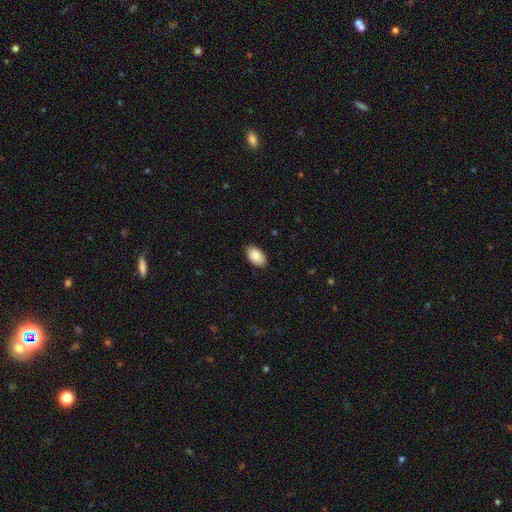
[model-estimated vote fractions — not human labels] Smooth or featured? Predicted: smooth (p=0.88). How rounded? Predicted: in between (p=0.94). Merging? Predicted: none (p=0.86).